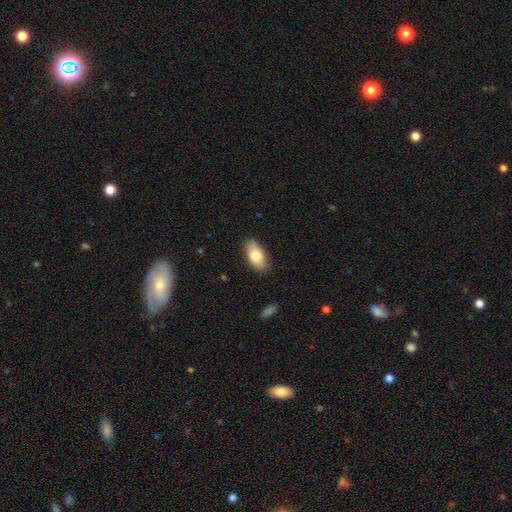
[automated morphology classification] smooth_or_featured: smooth (p=0.80) [alt: featured or disk p=0.14]
how_rounded: in between (p=0.91) [alt: cigar-shaped p=0.06]
merging: none (p=0.86) [alt: minor disturbance p=0.11]